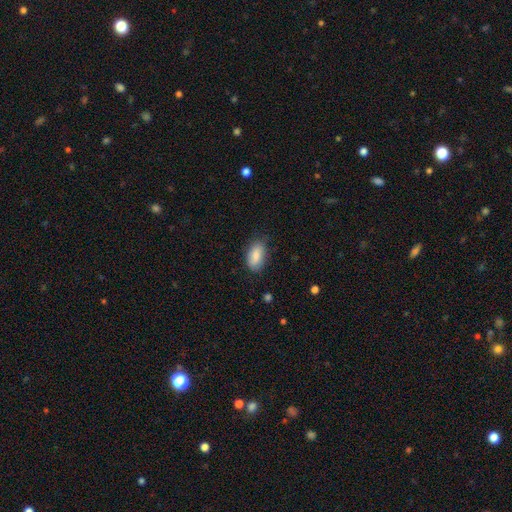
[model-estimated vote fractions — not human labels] Morphology: type=smooth (86%); roundness=in between (92%); merging=none (74%).